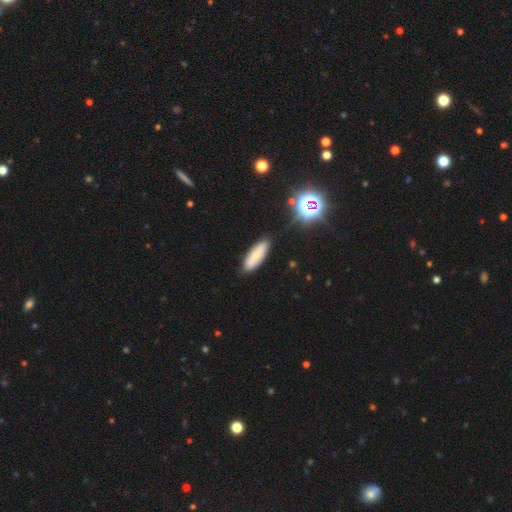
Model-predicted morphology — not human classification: Overall: smooth (69%). How rounded: in between (60%; cigar-shaped 38%). Merging: none (83%).